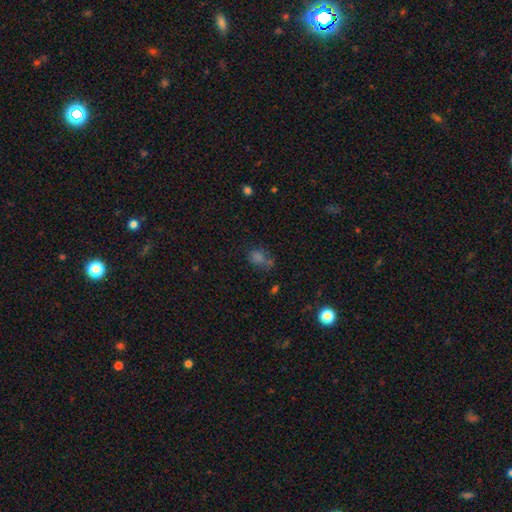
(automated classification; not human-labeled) Smooth or featured: smooth — 60% (star or artifact — 30%)
How rounded: round — 57% (in between — 41%)
Merging: none — 52% (minor disturbance — 20%)